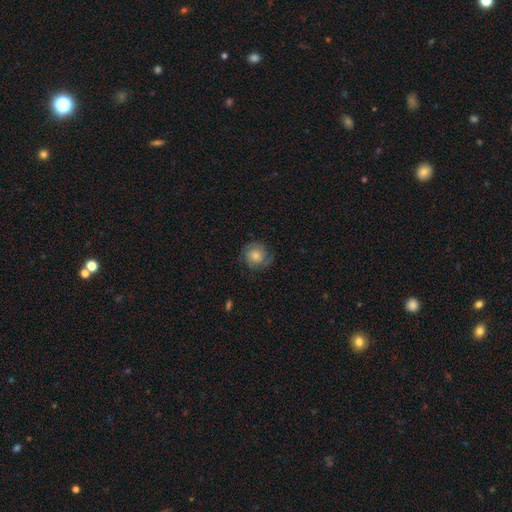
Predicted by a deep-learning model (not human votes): Smooth or featured? Predicted: smooth (p=0.56). How rounded? Predicted: round (p=0.88). Merging? Predicted: none (p=0.73).